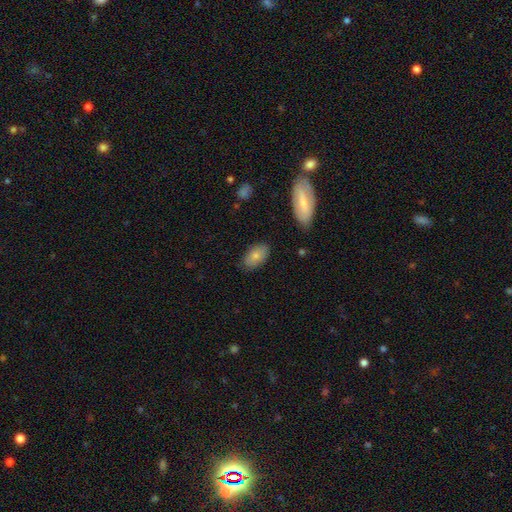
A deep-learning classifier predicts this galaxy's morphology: A smooth galaxy with no disk features (78%) that is in between round and cigar-shaped (93%).

Vote fractions:
- Smooth or featured? smooth: 78% / featured or disk: 15% / star or artifact: 7%
- How rounded? in between: 93% / round: 4% / cigar-shaped: 2%
- Merging? none: 83% / minor disturbance: 13% / major disturbance: 3% / merger: 2%